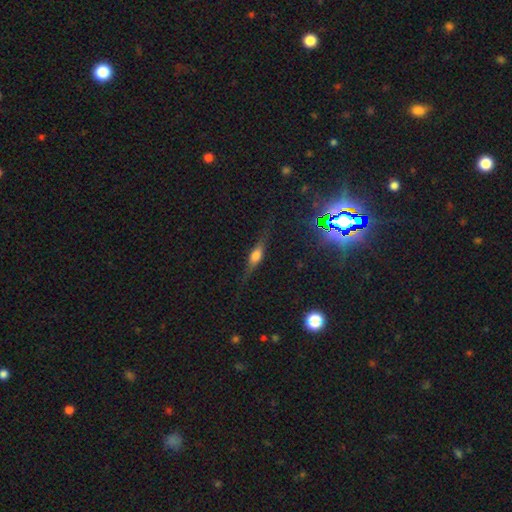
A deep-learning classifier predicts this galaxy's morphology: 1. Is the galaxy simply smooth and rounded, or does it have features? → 54% featured or disk, 34% smooth, 12% star or artifact.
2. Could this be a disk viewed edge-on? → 92% yes, 8% no.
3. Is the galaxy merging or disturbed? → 80% none, 14% minor disturbance, 5% major disturbance, 2% merger.